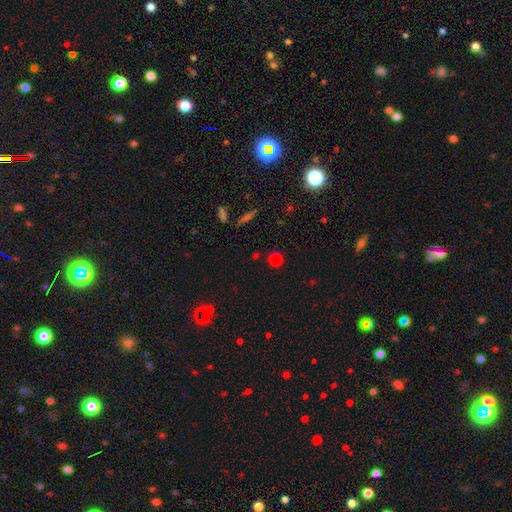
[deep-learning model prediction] smooth-or-featured: smooth: 73% | star or artifact: 20% | featured or disk: 7%
  how-rounded: round: 87% | in between: 9% | cigar-shaped: 4%
  merging: none: 85% | minor disturbance: 8% | merger: 4% | major disturbance: 3%